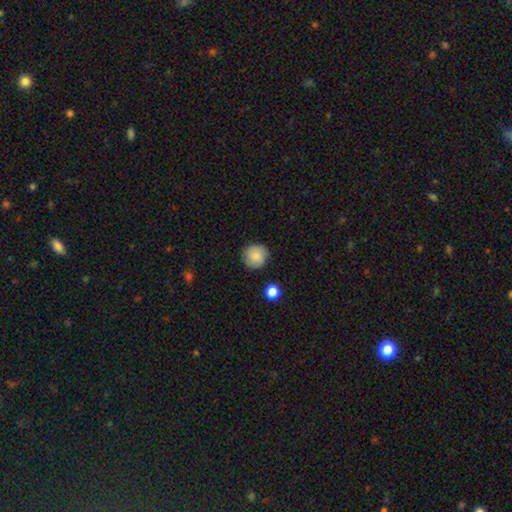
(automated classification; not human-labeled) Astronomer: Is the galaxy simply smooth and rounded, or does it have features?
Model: smooth — 79%.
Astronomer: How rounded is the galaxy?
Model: round — 93%.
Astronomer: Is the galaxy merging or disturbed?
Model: none — 85%.